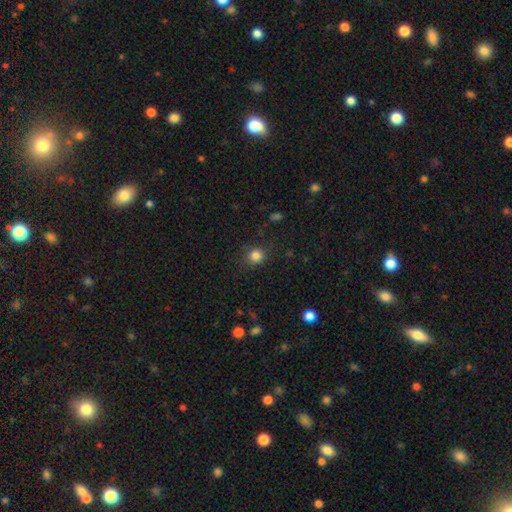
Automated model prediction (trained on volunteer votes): smooth 82%, star or artifact 12%, featured or disk 5%. Down the decision tree: how rounded — round (85%); merging — none (84%).